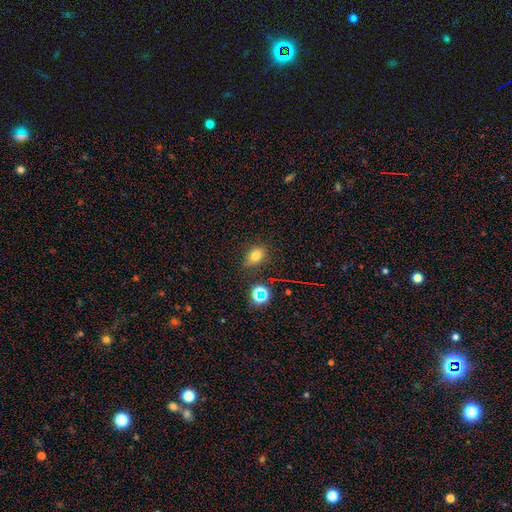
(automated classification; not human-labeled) This is likely a smooth galaxy (74%). How rounded: likely in between (60%). Merging: likely none (77%).